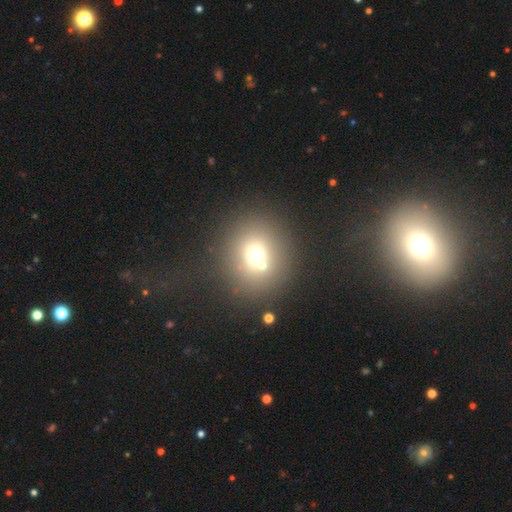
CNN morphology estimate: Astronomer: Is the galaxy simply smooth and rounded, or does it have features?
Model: smooth — 66%.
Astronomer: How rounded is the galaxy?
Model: round — 86%.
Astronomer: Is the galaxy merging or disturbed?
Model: none — 72%.